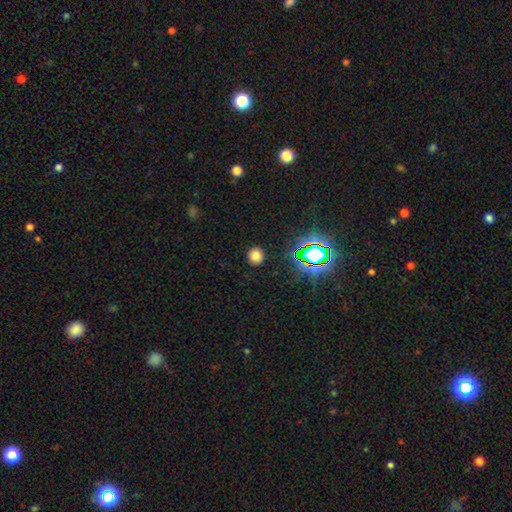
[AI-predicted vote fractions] smooth 75%, star or artifact 19%, featured or disk 5%. Down the decision tree: how rounded — round (87%); merging — none (90%).